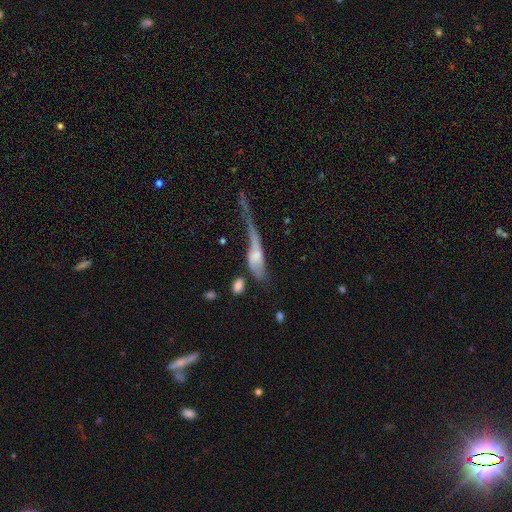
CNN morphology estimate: Smooth or featured?
  - smooth: 47% *
  - featured or disk: 44%
  - star or artifact: 8%
Merging?
  - major disturbance: 55% *
  - merger: 18%
  - minor disturbance: 14%
  - none: 13%